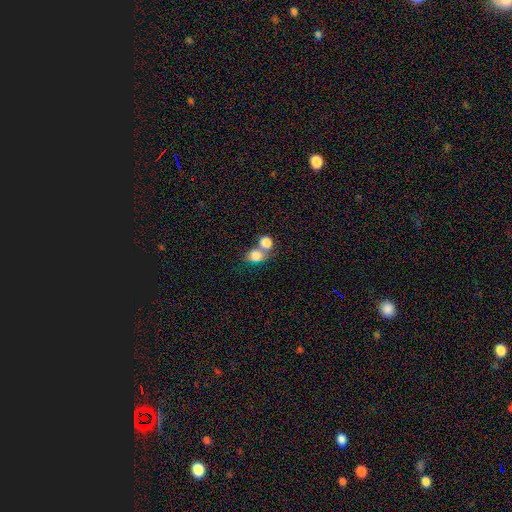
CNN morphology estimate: smooth 79%, featured or disk 11%, star or artifact 9%. Down the decision tree: how rounded — round (51%); merging — merger (62%).